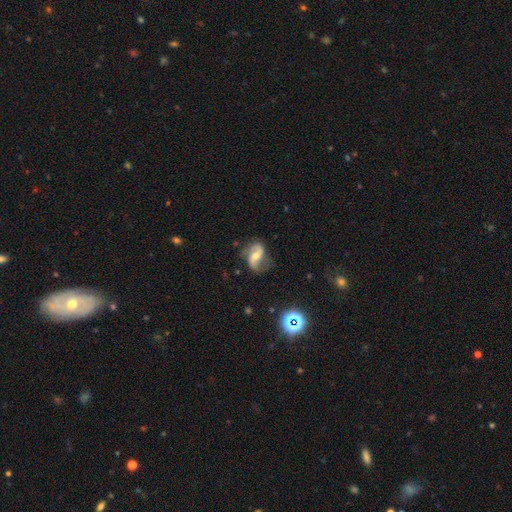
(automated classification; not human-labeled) Smooth or featured? featured or disk (80%)
Edge-on disk? no (97%)
Bar? weak (40%)
Spiral arms? yes (93%)
Spiral winding? loose (54%)
Spiral arm count? 2 (89%)
Bulge size? moderate (57%)
Merging? none (68%)